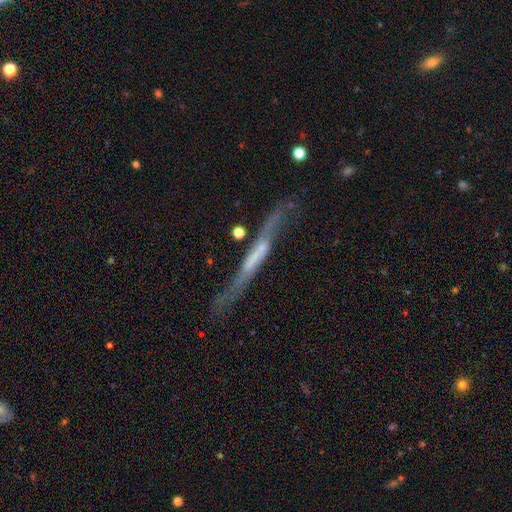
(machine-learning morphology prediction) type=featured or disk (70%); edge-on=yes (77%); edge-on bulge=none (62%); merging=none (55%).